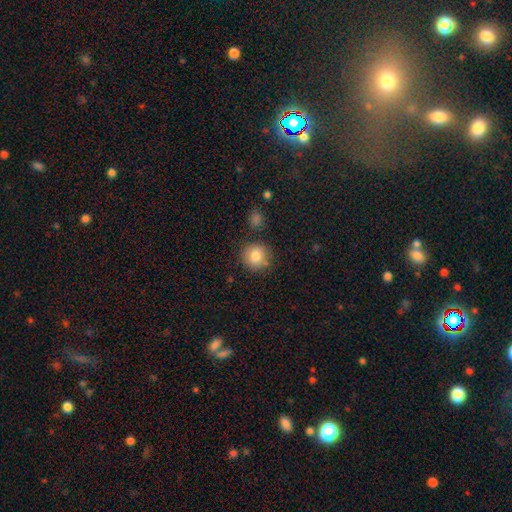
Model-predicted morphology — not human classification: Q: Smooth or featured?
A: smooth (83%); runner-up: star or artifact (9%)
Q: How rounded?
A: round (89%); runner-up: in between (10%)
Q: Merging?
A: none (81%); runner-up: minor disturbance (10%)